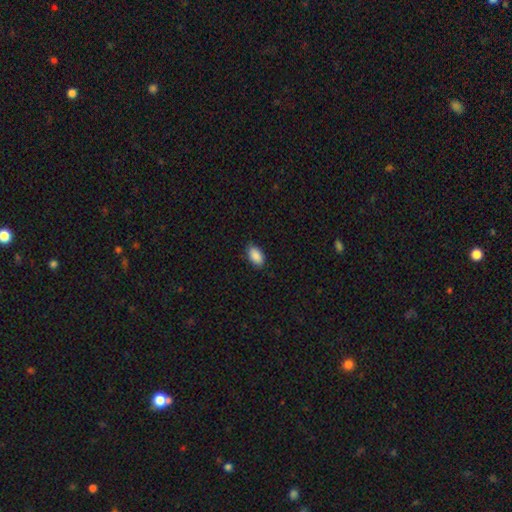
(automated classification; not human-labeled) Overall: smooth (90%). How rounded: in between (94%). Merging: none (86%).